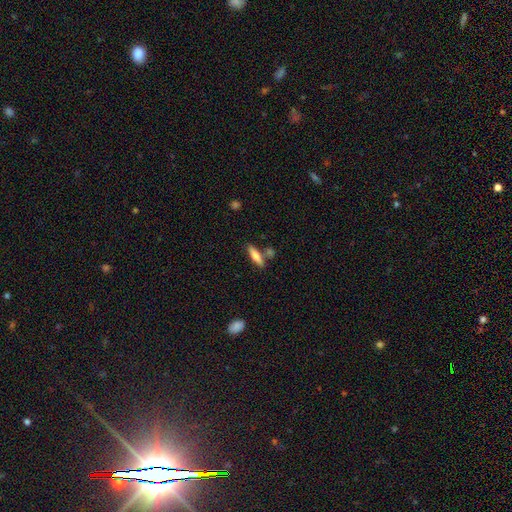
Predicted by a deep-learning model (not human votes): This is likely a smooth galaxy (63%). How rounded: likely cigar-shaped (70%). Merging: likely none (72%).